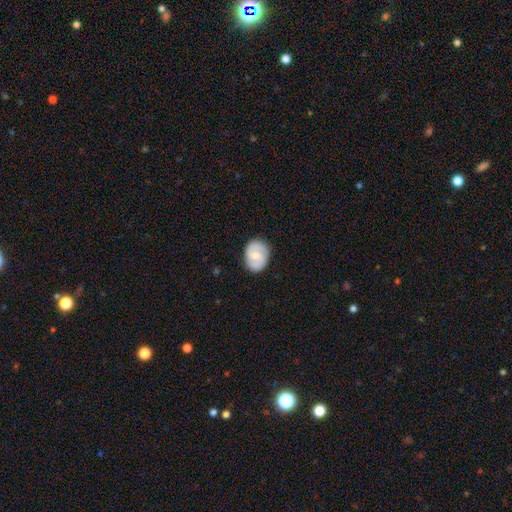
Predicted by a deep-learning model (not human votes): smooth_or_featured: featured or disk (p=0.52) [alt: smooth p=0.42]
disk_edge_on: no (p=0.97) [alt: yes p=0.03]
bar: weak (p=0.51) [alt: no p=0.38]
has_spiral_arms: yes (p=0.81) [alt: no p=0.19]
bulge_size: moderate (p=0.48) [alt: small p=0.44]
merging: none (p=0.83) [alt: minor disturbance p=0.13]